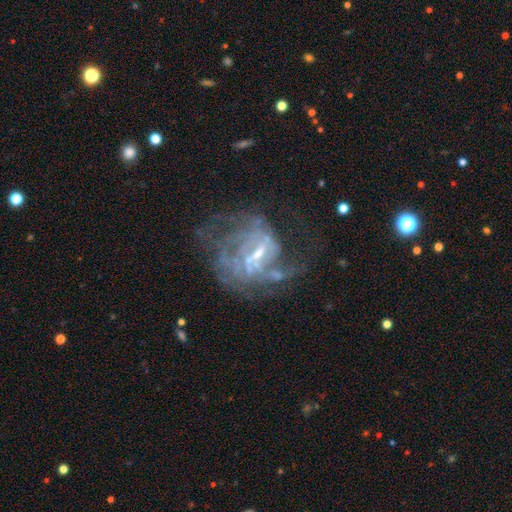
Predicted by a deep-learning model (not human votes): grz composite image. It shows a featured or disk galaxy (82%) with a weak bar (52%), medium (40%) spiral arms (79%) and a small central bulge (59%). Merging: none (42%).